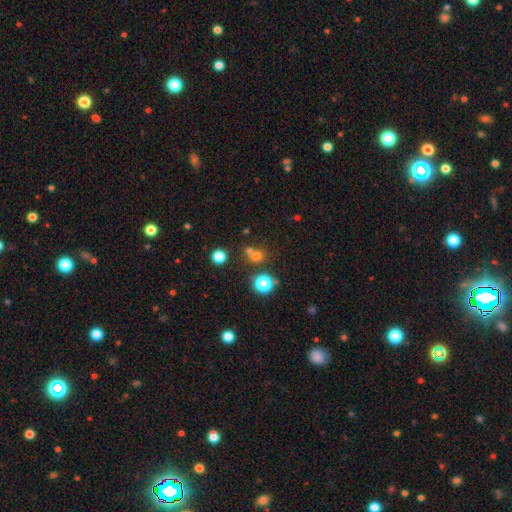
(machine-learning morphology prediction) smooth 64%, star or artifact 27%, featured or disk 9%. Down the decision tree: how rounded — round (85%); merging — none (58%).